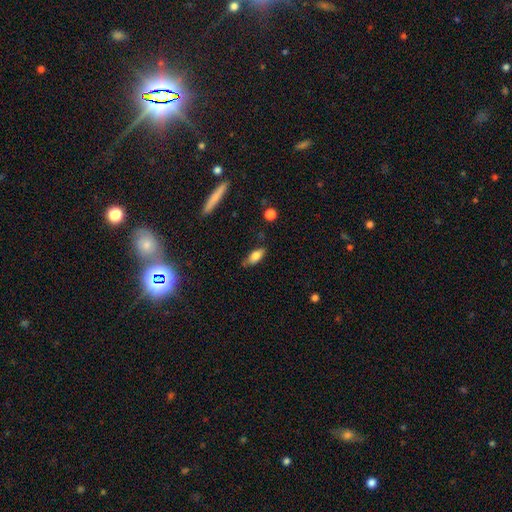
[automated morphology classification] Q: Smooth or featured?
A: smooth (76%); runner-up: featured or disk (16%)
Q: How rounded?
A: in between (81%); runner-up: cigar-shaped (15%)
Q: Merging?
A: none (68%); runner-up: minor disturbance (24%)